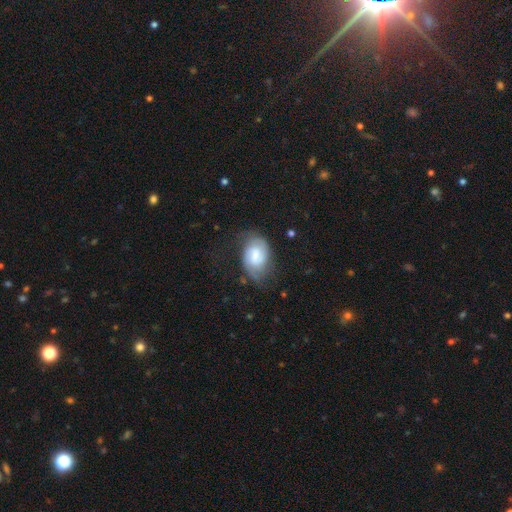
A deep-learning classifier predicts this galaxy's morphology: Overall: featured or disk (48%; smooth 44%). Merging: none (50%; minor disturbance 28%).